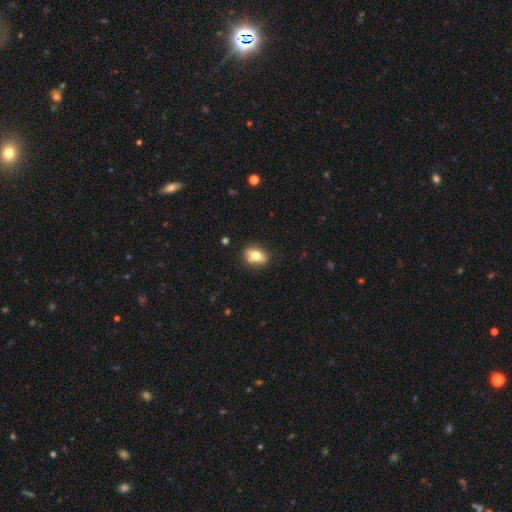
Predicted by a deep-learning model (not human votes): The model was most divided on "smooth or featured": smooth: 68%, featured or disk: 24%, star or artifact: 9%. More confident: how rounded — in between (71%); merging — none (71%).